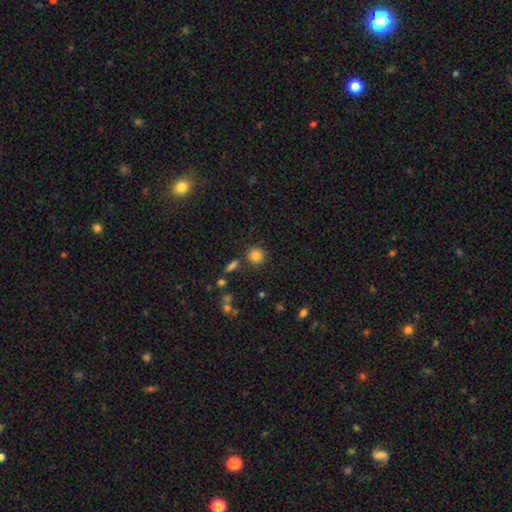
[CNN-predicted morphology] smooth 83%, star or artifact 11%, featured or disk 6%. Down the decision tree: how rounded — round (90%); merging — none (83%).